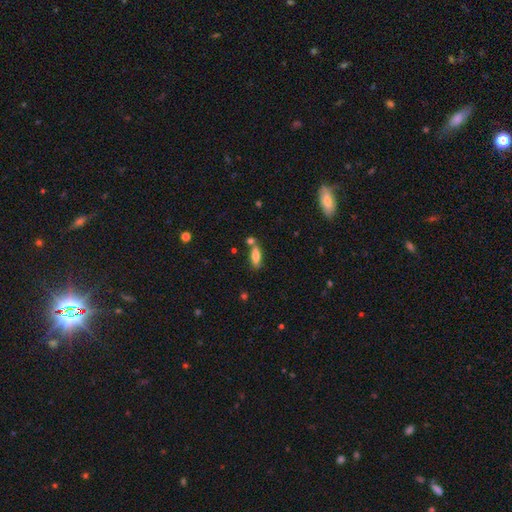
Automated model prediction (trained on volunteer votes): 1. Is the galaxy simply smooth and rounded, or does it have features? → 74% smooth, 19% featured or disk, 8% star or artifact.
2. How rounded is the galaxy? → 68% in between, 29% cigar-shaped, 3% round.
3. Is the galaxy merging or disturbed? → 63% none, 19% merger, 14% minor disturbance, 4% major disturbance.